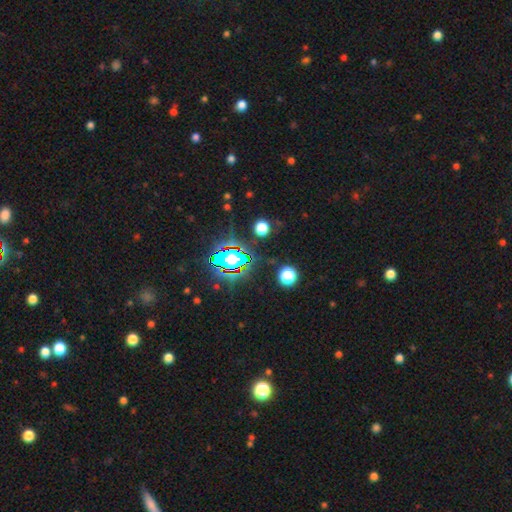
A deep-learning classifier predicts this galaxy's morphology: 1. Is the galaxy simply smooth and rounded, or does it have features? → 81% star or artifact, 11% smooth, 8% featured or disk.